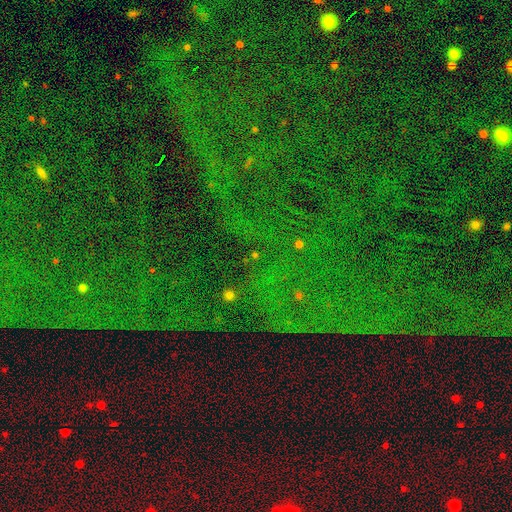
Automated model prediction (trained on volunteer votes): Smooth or featured: star or artifact — 82% (smooth — 10%)